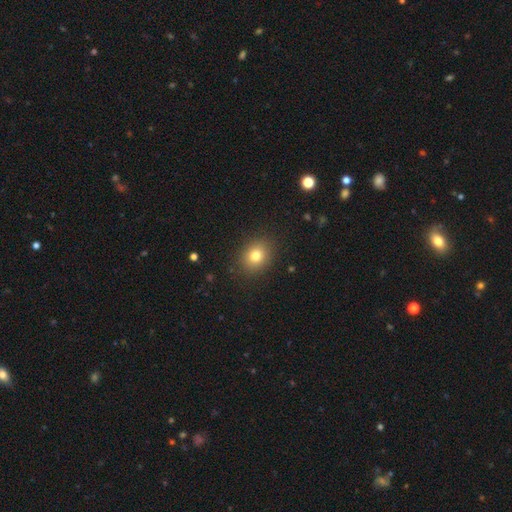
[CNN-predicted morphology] Overall: smooth (79%). How rounded: round (59%; in between 40%). Merging: none (88%).